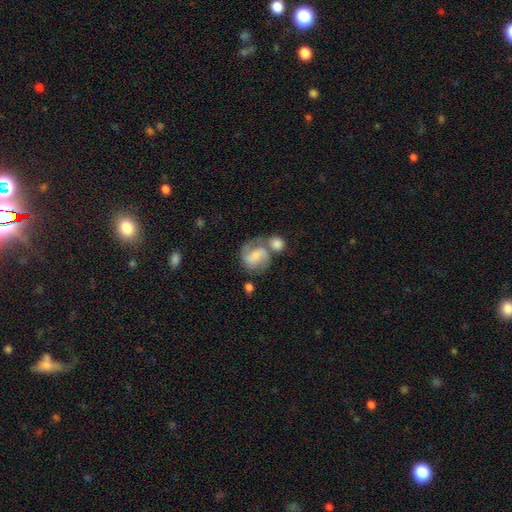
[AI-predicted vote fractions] Q: Smooth or featured?
A: featured or disk (69%); runner-up: smooth (24%)
Q: Edge-on disk?
A: no (98%); runner-up: yes (2%)
Q: Bar?
A: weak (46%); runner-up: no (34%)
Q: Spiral arms?
A: yes (91%); runner-up: no (9%)
Q: Spiral winding?
A: medium (52%); runner-up: loose (26%)
Q: Spiral arm count?
A: 2 (86%); runner-up: can't tell (6%)
Q: Bulge size?
A: small (43%); runner-up: moderate (30%)
Q: Merging?
A: none (42%); runner-up: merger (35%)